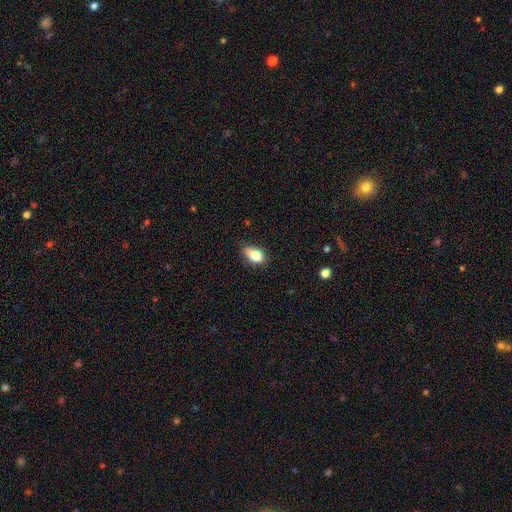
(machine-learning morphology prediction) Q: Smooth or featured?
A: smooth (79%); runner-up: featured or disk (12%)
Q: How rounded?
A: in between (85%); runner-up: round (9%)
Q: Merging?
A: none (67%); runner-up: minor disturbance (26%)